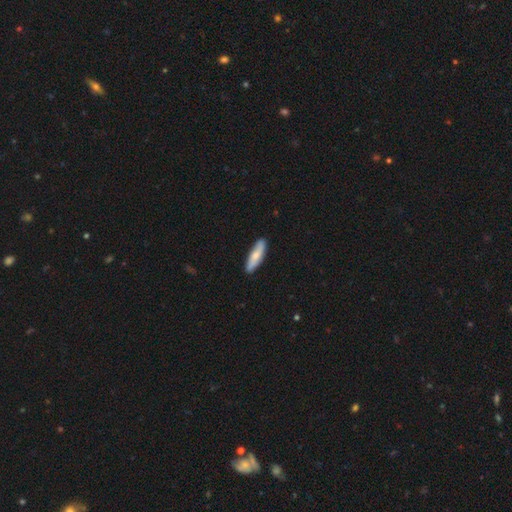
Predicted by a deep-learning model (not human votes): The model was most divided on "how rounded": cigar-shaped: 63%, in between: 35%, round: 2%. More confident: merging — none (87%); smooth or featured — smooth (65%).